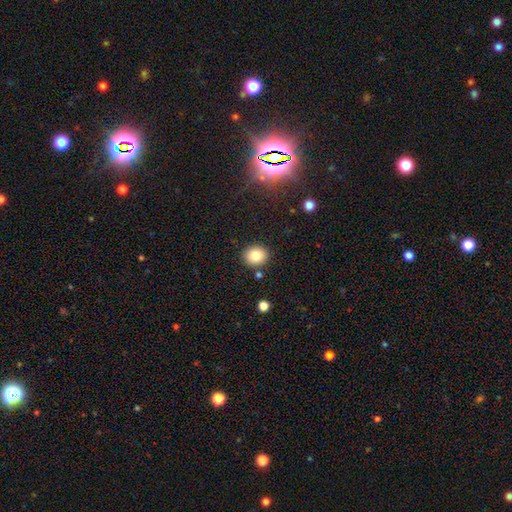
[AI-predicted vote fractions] A smooth galaxy with no disk features (82%) that is round (71%).

Vote fractions:
- Smooth or featured? smooth: 82% / star or artifact: 10% / featured or disk: 8%
- How rounded? round: 71% / in between: 28% / cigar-shaped: 1%
- Merging? none: 87% / minor disturbance: 8% / merger: 3% / major disturbance: 2%